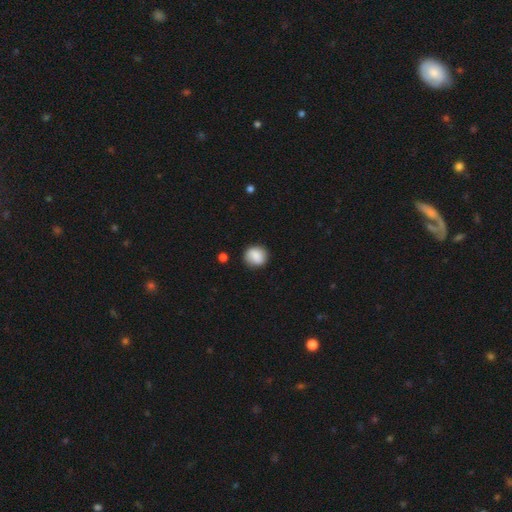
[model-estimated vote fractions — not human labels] smooth 82%, featured or disk 10%, star or artifact 8%. Down the decision tree: how rounded — round (83%); merging — none (82%).